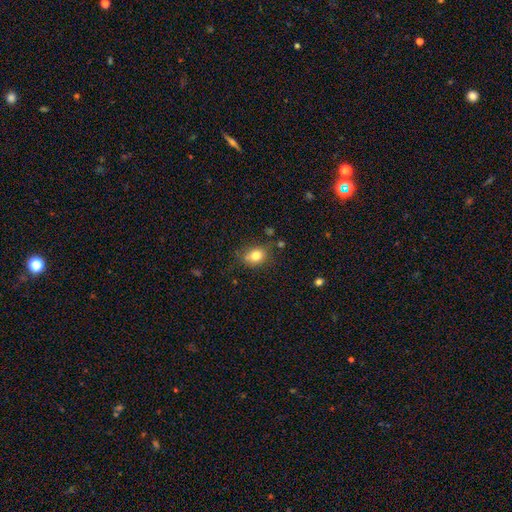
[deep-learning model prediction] This is clearly a smooth galaxy (80%). How rounded: possibly in between (54%). Merging: likely none (72%).